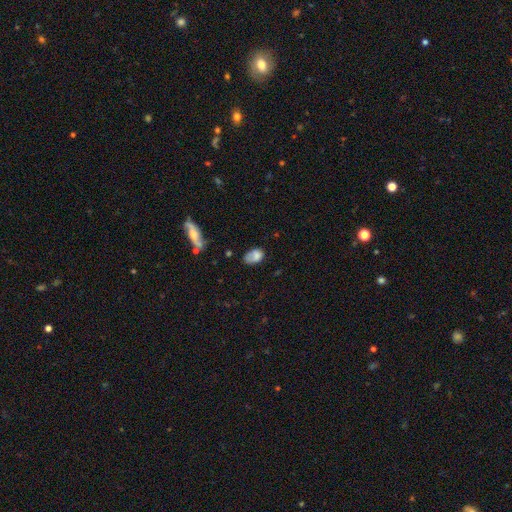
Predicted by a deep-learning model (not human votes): This appears to be a smooth galaxy with no disk features (72%) that is in between round and cigar-shaped (86%). Merging: none (43%).